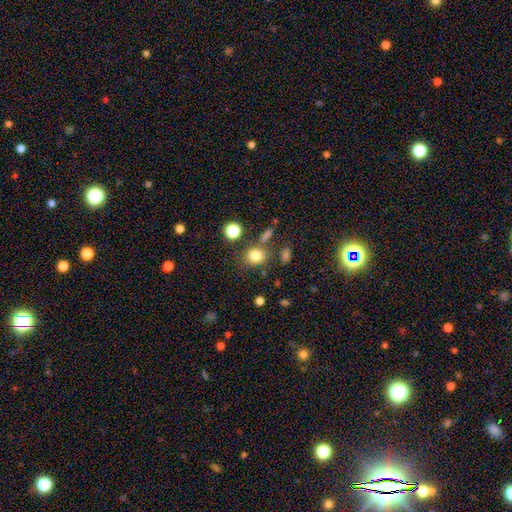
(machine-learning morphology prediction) Smooth or featured: smooth — 80% (star or artifact — 13%)
How rounded: round — 75% (in between — 24%)
Merging: none — 70% (minor disturbance — 12%)